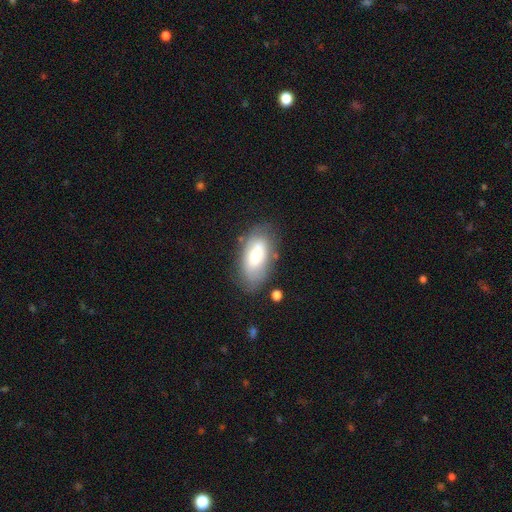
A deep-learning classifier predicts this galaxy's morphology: This appears to be a smooth galaxy with no disk features (59%) that is in between round and cigar-shaped (92%). Merging: none (71%).